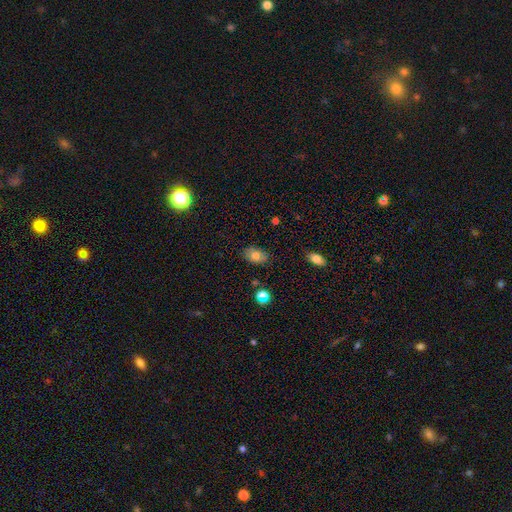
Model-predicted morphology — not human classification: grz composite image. It shows a smooth galaxy with no disk features (75%) that is in between round and cigar-shaped (84%). Merging: none (83%).